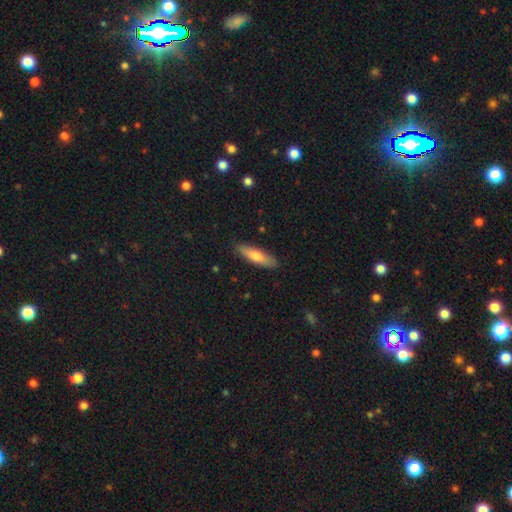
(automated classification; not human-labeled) Smooth or featured? smooth (69%)
How rounded? cigar-shaped (68%)
Merging? none (87%)